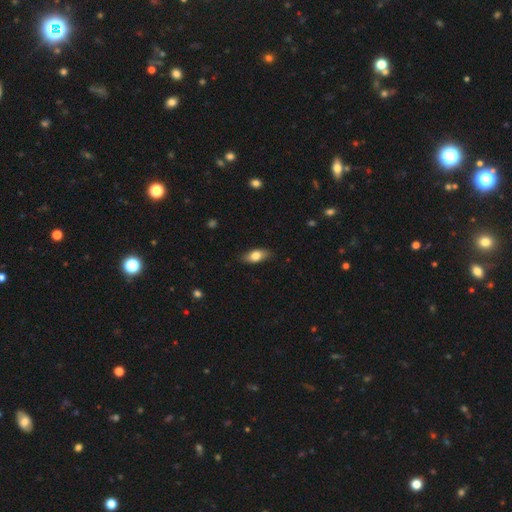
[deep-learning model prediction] This appears to be a smooth galaxy with no disk features (77%) that is in between round and cigar-shaped (86%). Merging: none (83%).